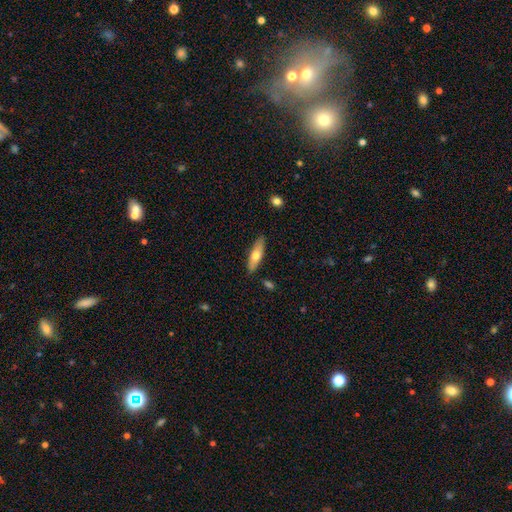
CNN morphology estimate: Q: Smooth or featured?
A: smooth (60%); runner-up: featured or disk (35%)
Q: How rounded?
A: cigar-shaped (55%); runner-up: in between (43%)
Q: Merging?
A: none (86%); runner-up: minor disturbance (10%)